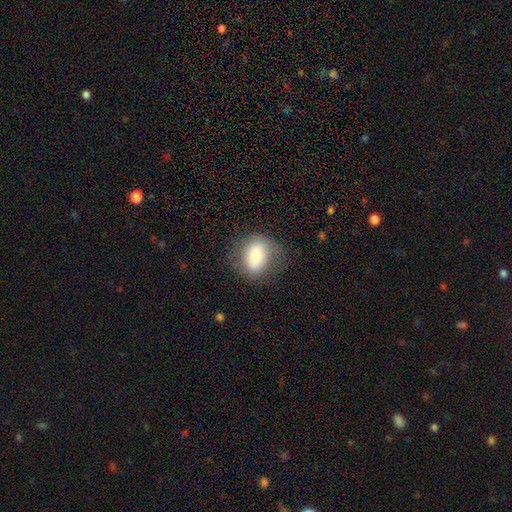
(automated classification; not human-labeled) Smooth or featured: smooth — 71% (featured or disk — 22%)
How rounded: in between — 62% (round — 36%)
Merging: none — 65% (minor disturbance — 22%)